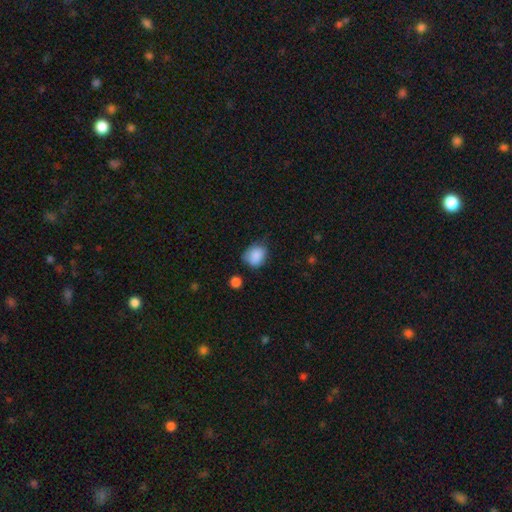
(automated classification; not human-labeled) Smooth or featured?
  - smooth: 85% *
  - star or artifact: 8%
  - featured or disk: 7%
How rounded?
  - round: 54% *
  - in between: 45%
  - cigar-shaped: 1%
Merging?
  - none: 57% *
  - minor disturbance: 33%
  - major disturbance: 7%
  - merger: 3%